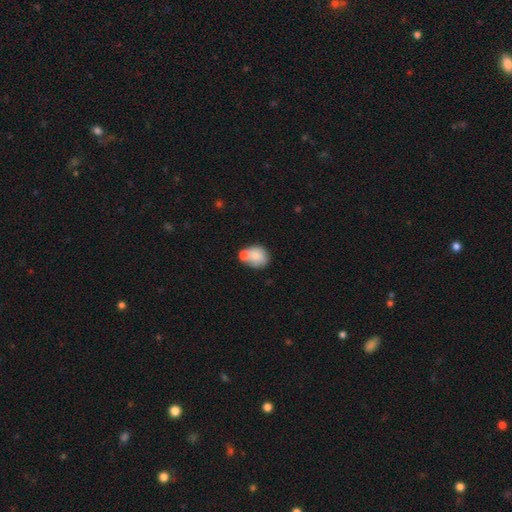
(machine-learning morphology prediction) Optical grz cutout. It shows a smooth galaxy with no disk features (76%) that is round (65%). Merging: none (45%).